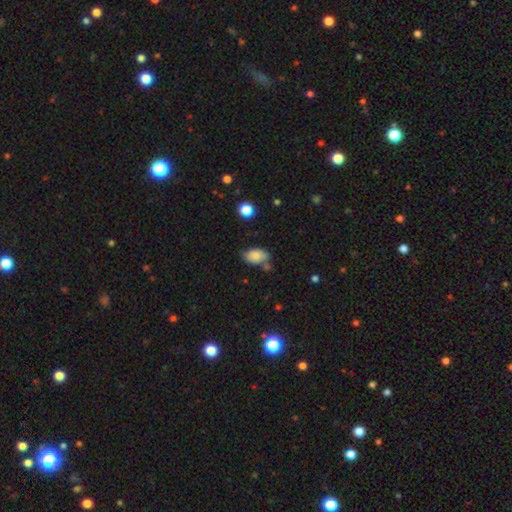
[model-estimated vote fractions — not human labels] The model was most divided on "merging": none: 62%, minor disturbance: 21%, merger: 12%, major disturbance: 5%. More confident: how rounded — in between (91%); smooth or featured — smooth (82%).